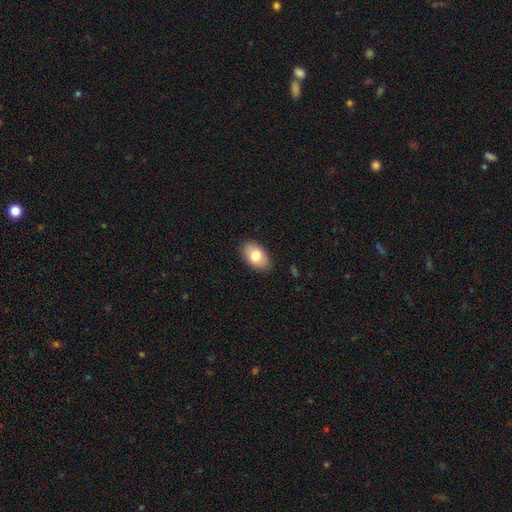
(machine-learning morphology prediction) Smooth or featured?
  - smooth: 78% *
  - featured or disk: 15%
  - star or artifact: 7%
How rounded?
  - in between: 91% *
  - round: 8%
  - cigar-shaped: 1%
Merging?
  - none: 88% *
  - minor disturbance: 9%
  - major disturbance: 2%
  - merger: 1%